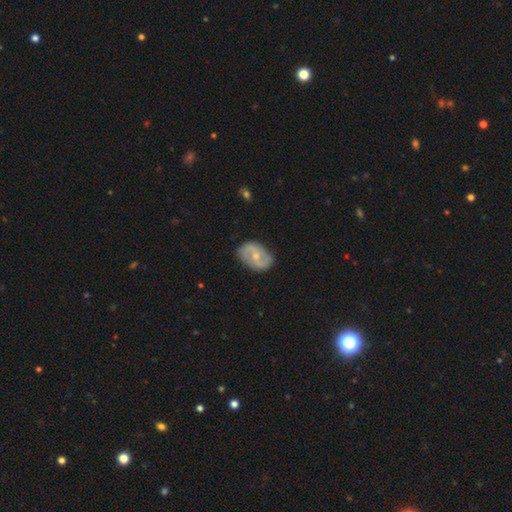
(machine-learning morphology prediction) This is likely a featured or disk galaxy (72%). It is clearly not viewed edge-on (97%). Bar: marginally weak (45%). Spiral arm pattern: clearly yes (85%). Spiral arm count: clearly 2 (88%). Spiral winding: marginally loose (41%). Central bulge: possibly small (55%). Merging: likely none (80%).